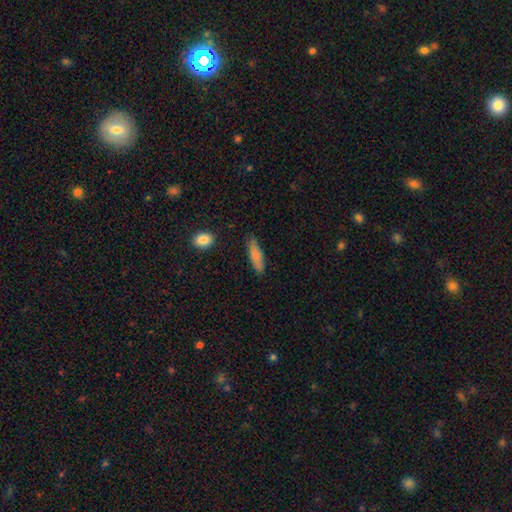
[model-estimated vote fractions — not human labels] The model was most divided on "how rounded": cigar-shaped: 63%, in between: 35%, round: 2%. More confident: merging — none (80%); smooth or featured — smooth (77%).